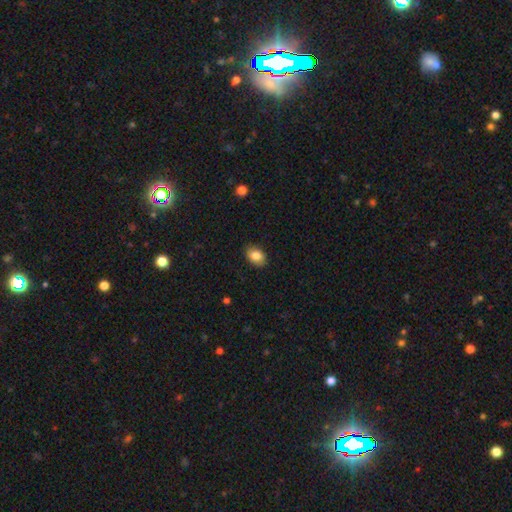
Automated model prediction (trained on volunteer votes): A smooth galaxy with no disk features (84%) that is in between round and cigar-shaped (80%).

Vote fractions:
- Smooth or featured? smooth: 84% / star or artifact: 8% / featured or disk: 7%
- How rounded? in between: 80% / round: 19% / cigar-shaped: 1%
- Merging? none: 88% / minor disturbance: 9% / major disturbance: 2% / merger: 1%